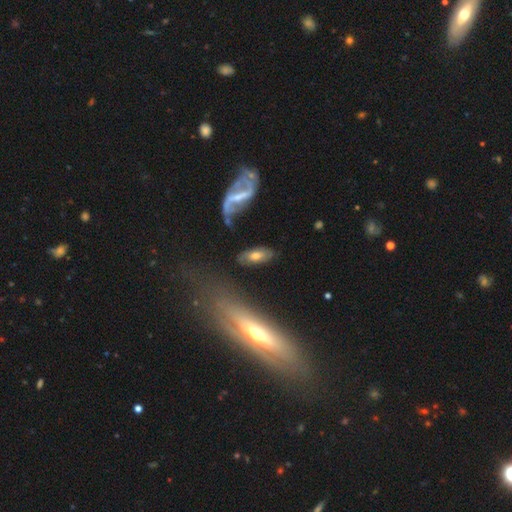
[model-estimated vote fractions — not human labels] smooth-or-featured: smooth: 53% | featured or disk: 39% | star or artifact: 8%
  how-rounded: in between: 85% | cigar-shaped: 10% | round: 5%
  merging: none: 66% | minor disturbance: 18% | major disturbance: 9% | merger: 7%